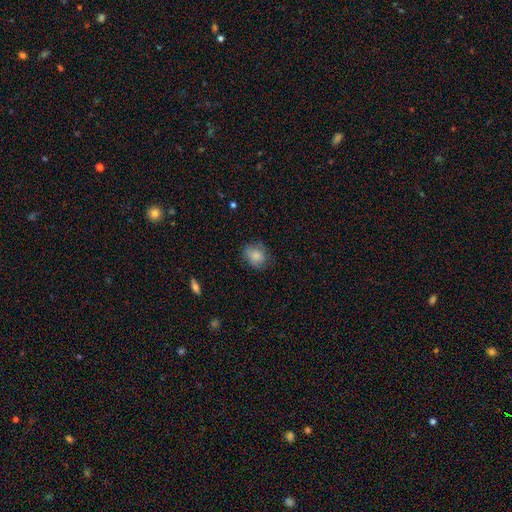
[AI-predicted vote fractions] smooth-or-featured: smooth: 83% | featured or disk: 9% | star or artifact: 8%
  how-rounded: round: 56% | in between: 43% | cigar-shaped: 1%
  merging: none: 70% | minor disturbance: 23% | major disturbance: 6% | merger: 1%